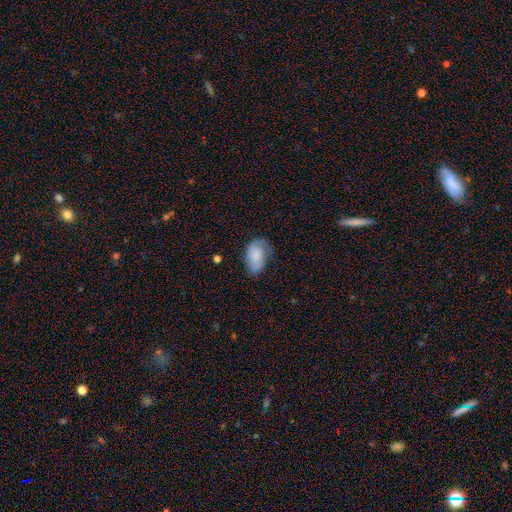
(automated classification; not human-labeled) This appears to be a smooth galaxy with no disk features (68%) that is in between round and cigar-shaped (90%). Merging: none (51%).